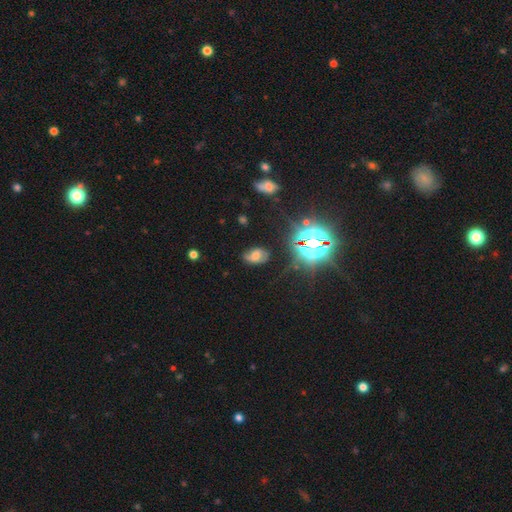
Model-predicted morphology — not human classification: A smooth galaxy with no disk features (43%). Merging: none (72%).